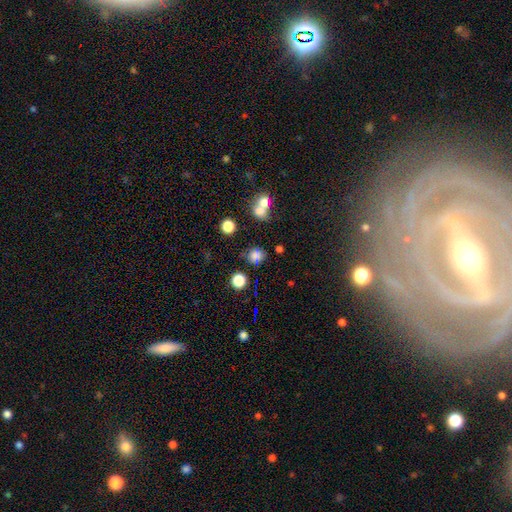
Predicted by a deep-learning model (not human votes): smooth_or_featured: smooth (p=0.74) [alt: star or artifact p=0.18]
how_rounded: round (p=0.70) [alt: in between p=0.29]
merging: none (p=0.66) [alt: minor disturbance p=0.17]